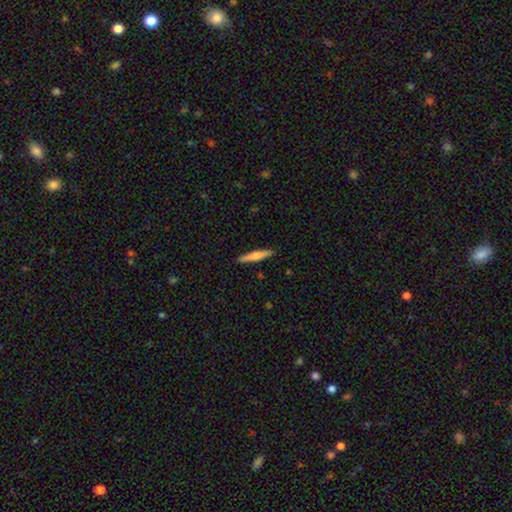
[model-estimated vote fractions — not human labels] The model was most divided on "smooth or featured": smooth: 62%, featured or disk: 32%, star or artifact: 5%. More confident: how rounded — cigar-shaped (92%); merging — none (91%).